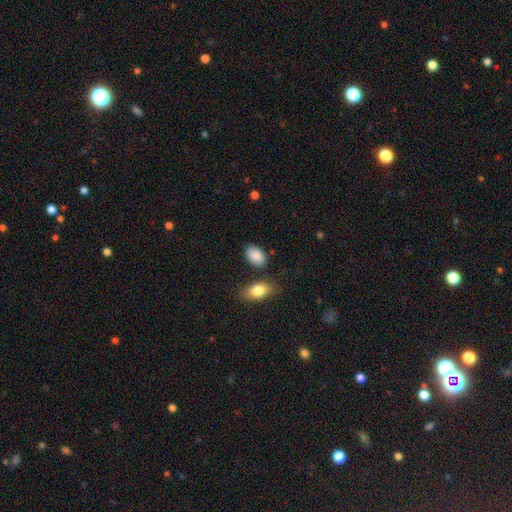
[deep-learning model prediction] Smooth or featured? smooth (89%)
How rounded? in between (91%)
Merging? none (80%)